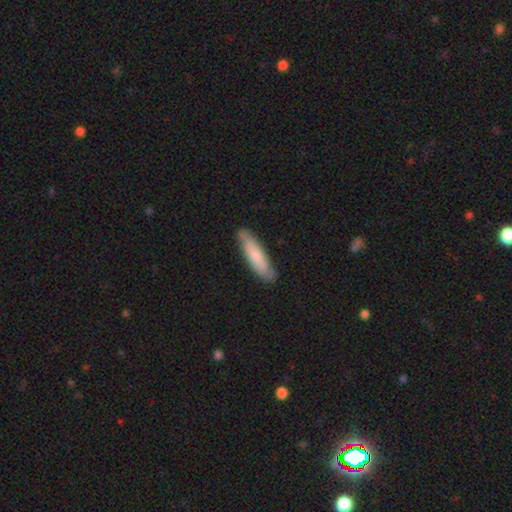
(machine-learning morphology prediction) smooth 71%, featured or disk 24%, star or artifact 5%. Down the decision tree: how rounded — cigar-shaped (70%); merging — none (83%).